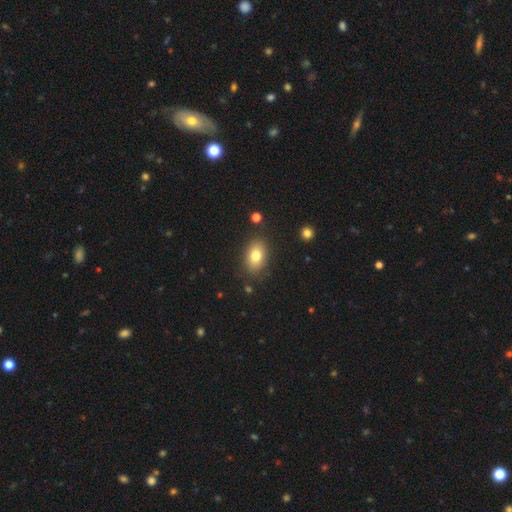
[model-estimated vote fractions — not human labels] The model was most divided on "smooth or featured": smooth: 78%, featured or disk: 12%, star or artifact: 9%. More confident: merging — none (84%); how rounded — in between (83%).